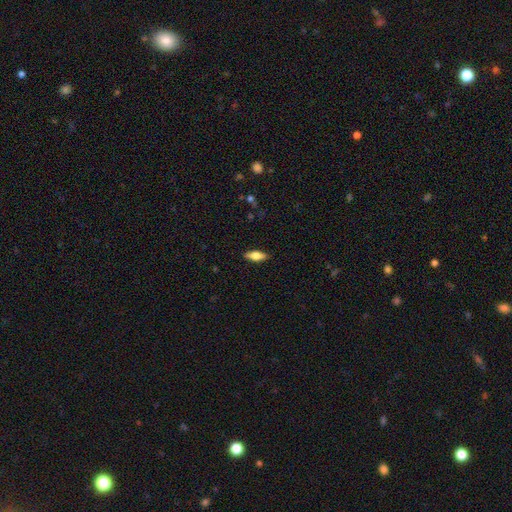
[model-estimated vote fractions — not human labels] Smooth or featured?
  - smooth: 63% *
  - featured or disk: 31%
  - star or artifact: 6%
How rounded?
  - in between: 67% *
  - cigar-shaped: 30%
  - round: 3%
Merging?
  - none: 89% *
  - minor disturbance: 8%
  - major disturbance: 2%
  - merger: 1%